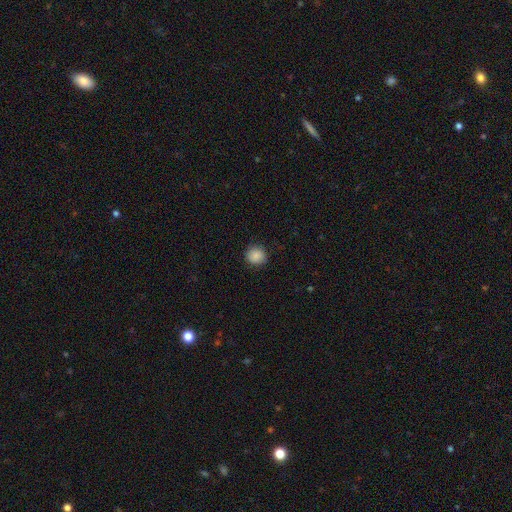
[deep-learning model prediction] Smooth or featured: smooth — 88% (star or artifact — 9%)
How rounded: round — 91% (in between — 8%)
Merging: none — 89% (minor disturbance — 8%)